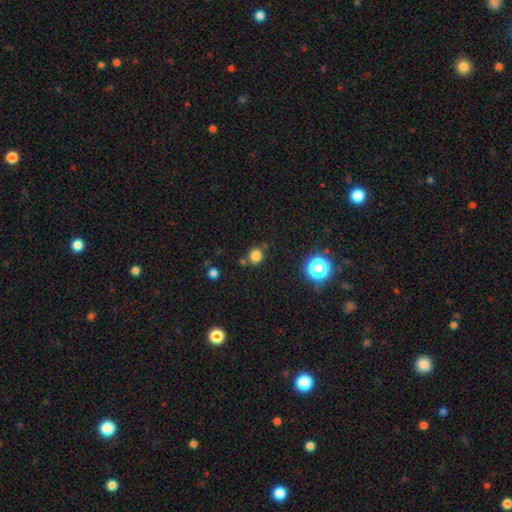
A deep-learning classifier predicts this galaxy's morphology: The model was most divided on "merging": none: 75%, minor disturbance: 13%, merger: 9%, major disturbance: 4%. More confident: how rounded — round (83%); smooth or featured — smooth (79%).